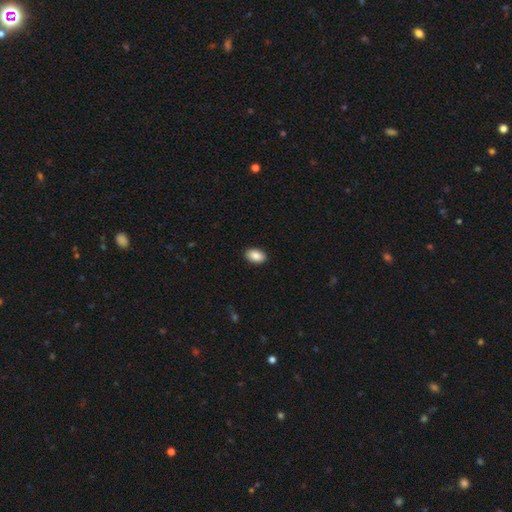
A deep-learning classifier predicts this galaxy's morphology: A smooth galaxy with no disk features (89%) that is in between round and cigar-shaped (90%). Merging: none (91%).